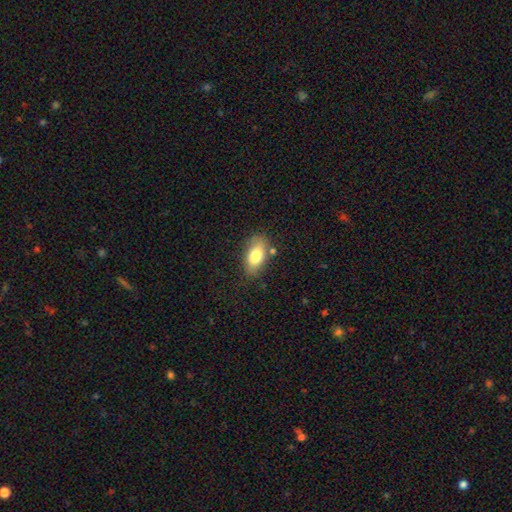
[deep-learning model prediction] smooth_or_featured: smooth (p=0.77) [alt: featured or disk p=0.16]
how_rounded: in between (p=0.89) [alt: round p=0.06]
merging: none (p=0.74) [alt: minor disturbance p=0.17]